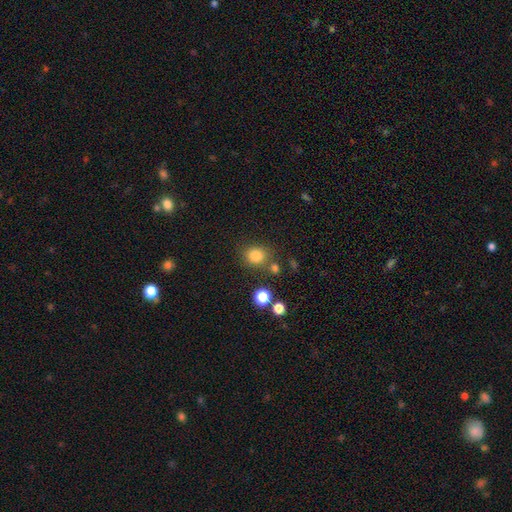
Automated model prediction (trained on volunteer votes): Smooth or featured: smooth — 82% (star or artifact — 13%)
How rounded: round — 76% (in between — 23%)
Merging: none — 74% (minor disturbance — 12%)